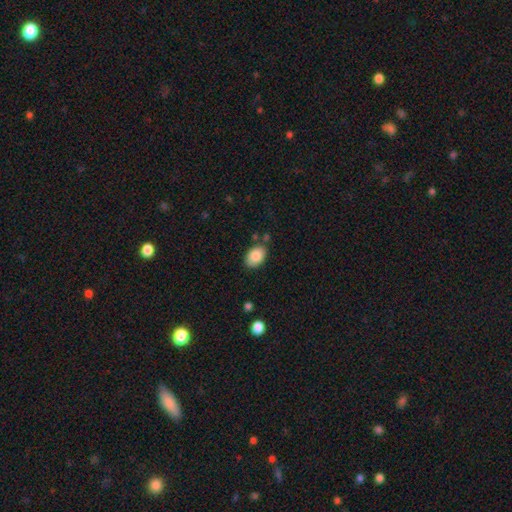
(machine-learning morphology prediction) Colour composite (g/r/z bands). It shows a smooth galaxy with no disk features (86%) that is in between round and cigar-shaped (88%). Merging: none (79%).